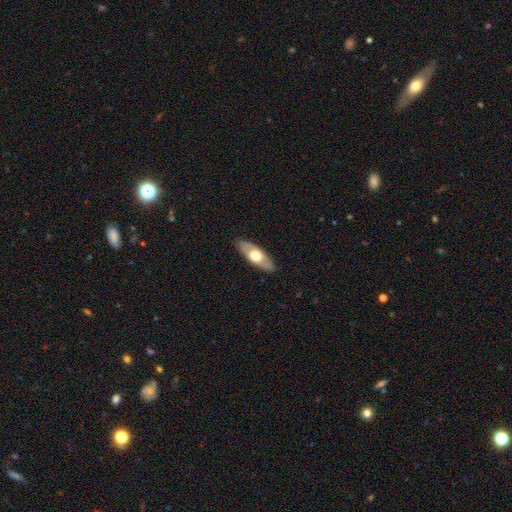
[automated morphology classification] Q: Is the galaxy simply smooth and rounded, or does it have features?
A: smooth — 52%.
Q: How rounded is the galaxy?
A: in between — 74%.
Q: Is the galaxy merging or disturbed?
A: none — 87%.